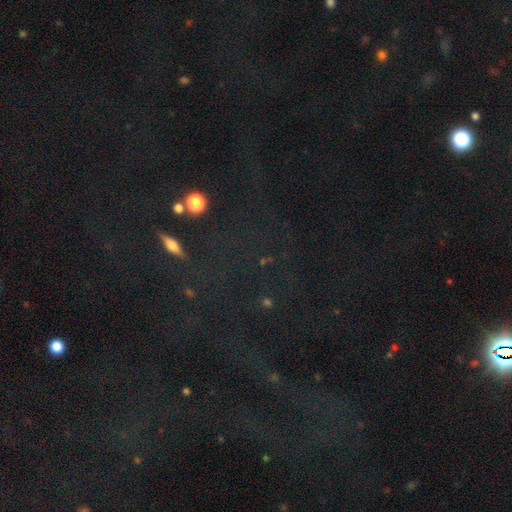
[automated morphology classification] Smooth or featured? star or artifact (75%)